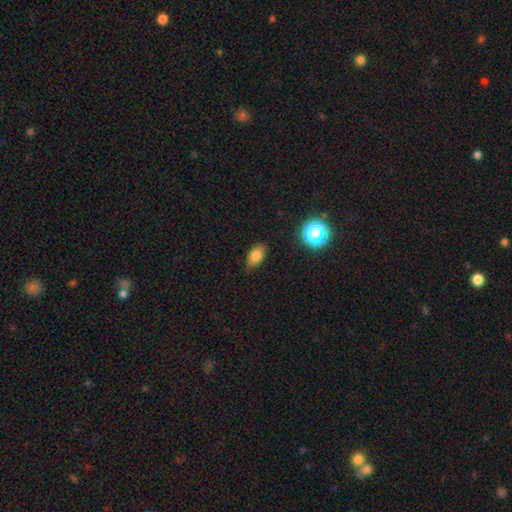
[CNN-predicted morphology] Smooth or featured? Predicted: smooth (p=0.80). How rounded? Predicted: in between (p=0.87). Merging? Predicted: none (p=0.78).